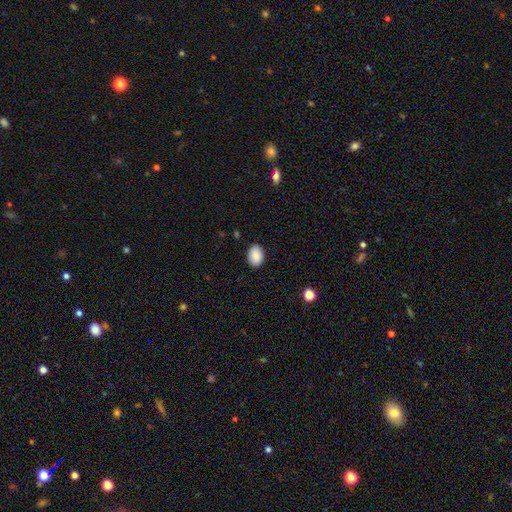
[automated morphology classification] Q: Smooth or featured?
A: smooth (88%); runner-up: star or artifact (7%)
Q: How rounded?
A: in between (71%); runner-up: round (28%)
Q: Merging?
A: none (88%); runner-up: minor disturbance (9%)